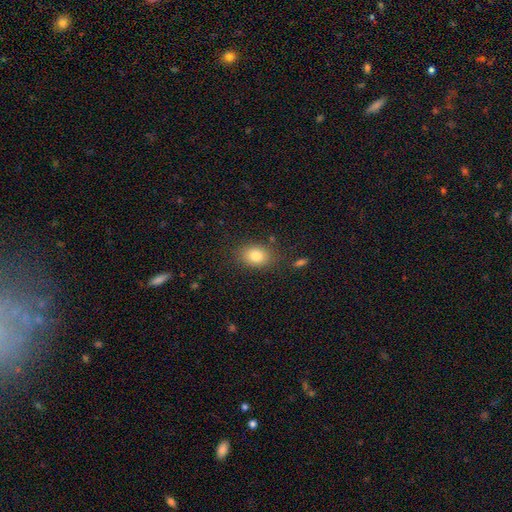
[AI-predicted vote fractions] This is clearly a smooth galaxy (82%). How rounded: likely in between (68%). Merging: clearly none (82%).